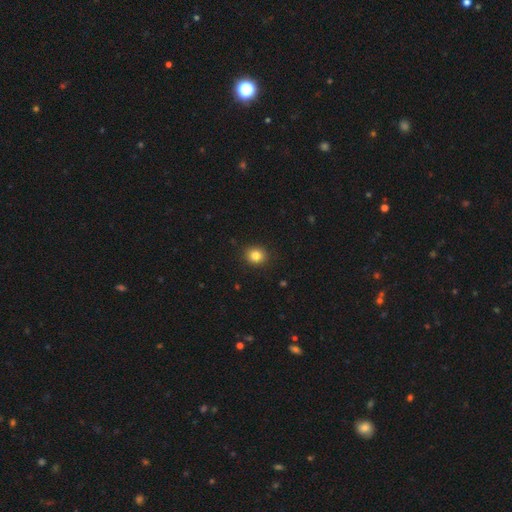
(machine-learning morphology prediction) The model was most divided on "how rounded": round: 79%, in between: 20%, cigar-shaped: 1%. More confident: merging — none (91%); smooth or featured — smooth (84%).